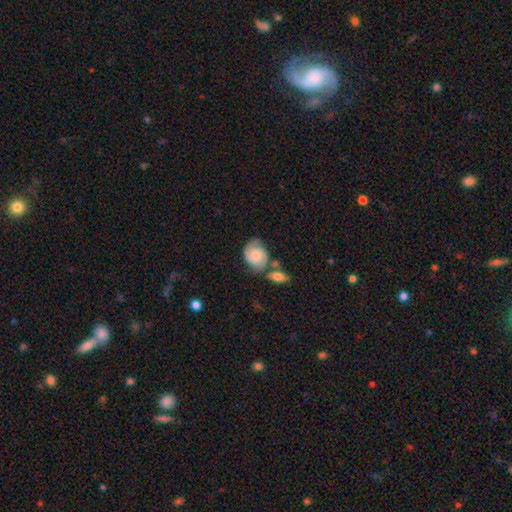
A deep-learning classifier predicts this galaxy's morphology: type=featured or disk (61%); edge-on=no (97%); bar=no (69%); spiral arms=yes (93%); winding=tight (44%); arm count=2 (84%); bulge=moderate (36%, tied with small); merging=none (54%).